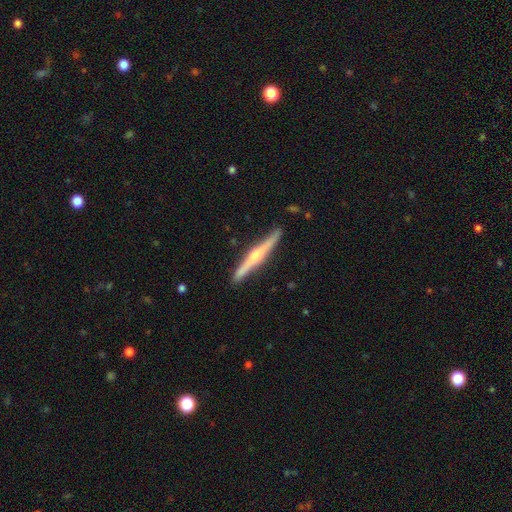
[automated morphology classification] Smooth or featured: featured or disk — 73% (smooth — 22%)
Edge-on disk: yes — 98% (no — 2%)
Edge-on bulge: rounded — 81% (none — 11%)
Merging: none — 89% (minor disturbance — 8%)